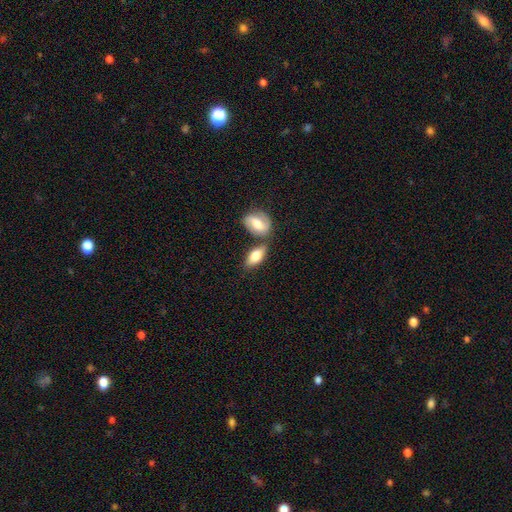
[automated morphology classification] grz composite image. It shows a smooth galaxy with no disk features (71%) that is in between round and cigar-shaped (82%). Merging: none (56%).